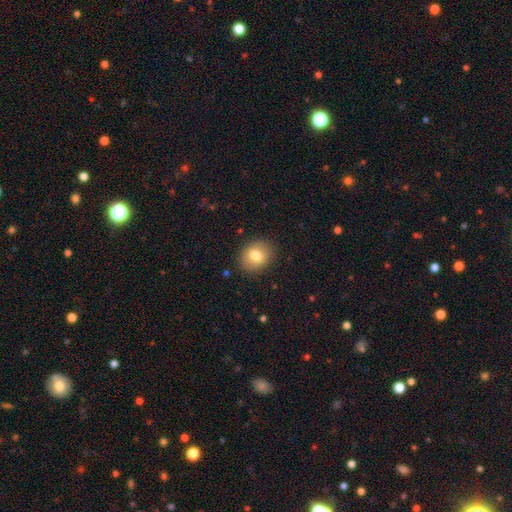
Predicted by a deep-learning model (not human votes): A smooth galaxy with no disk features (77%) that is round (51%).

Vote fractions:
- Smooth or featured? smooth: 77% / featured or disk: 14% / star or artifact: 8%
- How rounded? round: 51% / in between: 48% / cigar-shaped: 1%
- Merging? none: 86% / minor disturbance: 10% / major disturbance: 3% / merger: 1%